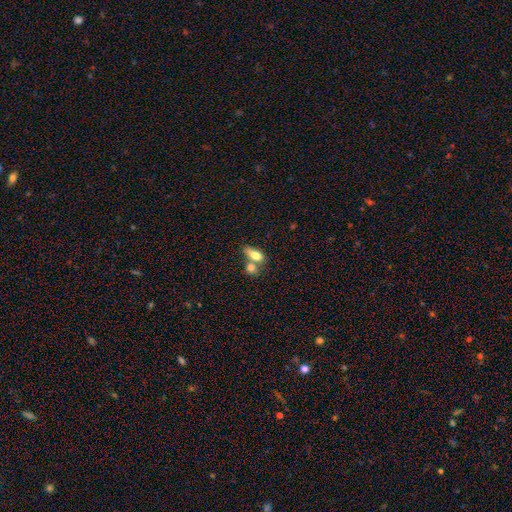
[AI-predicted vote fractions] A smooth galaxy with no disk features (74%) that is in between round and cigar-shaped (78%). Merging: merger (51%).